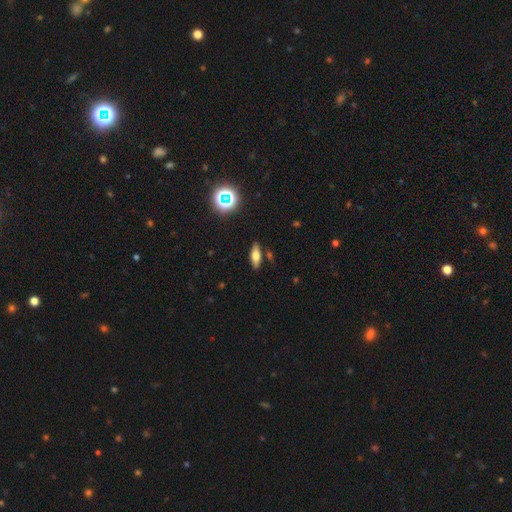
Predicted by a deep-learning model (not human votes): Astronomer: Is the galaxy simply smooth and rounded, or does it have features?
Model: smooth — 61%.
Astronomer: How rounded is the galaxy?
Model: in between — 62%.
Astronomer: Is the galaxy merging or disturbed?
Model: none — 84%.